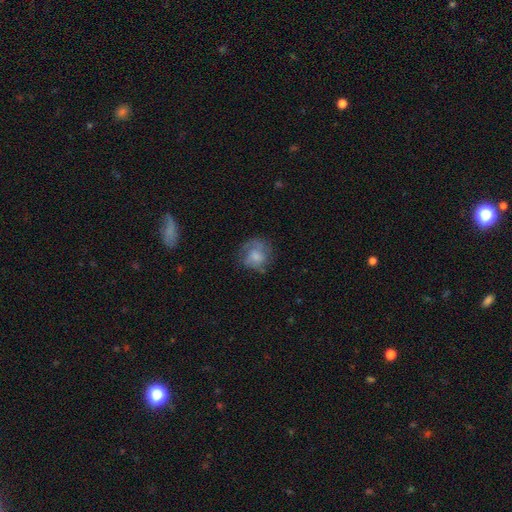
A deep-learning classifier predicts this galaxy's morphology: Smooth or featured: smooth — 47% (featured or disk — 44%)
Merging: none — 56% (minor disturbance — 23%)